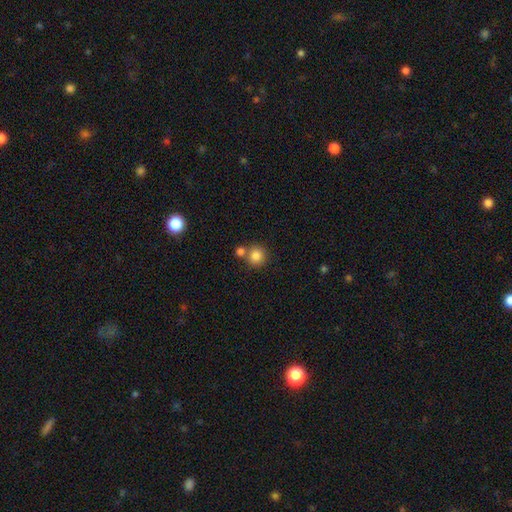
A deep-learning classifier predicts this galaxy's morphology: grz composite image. It shows a smooth galaxy with no disk features (84%) that is round (91%). Merging: none (63%).